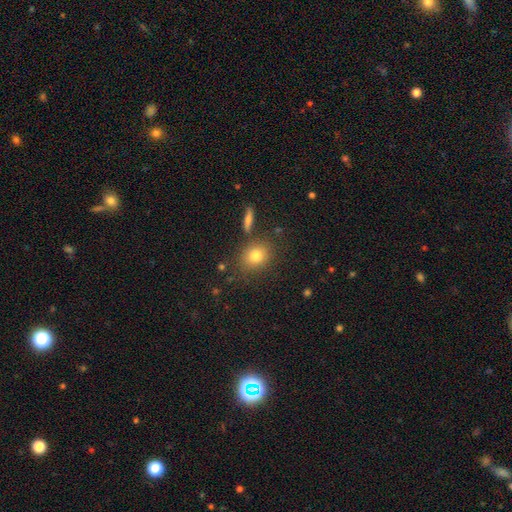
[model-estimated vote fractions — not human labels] Q: Smooth or featured?
A: smooth (79%); runner-up: star or artifact (12%)
Q: How rounded?
A: round (61%); runner-up: in between (37%)
Q: Merging?
A: none (79%); runner-up: minor disturbance (11%)